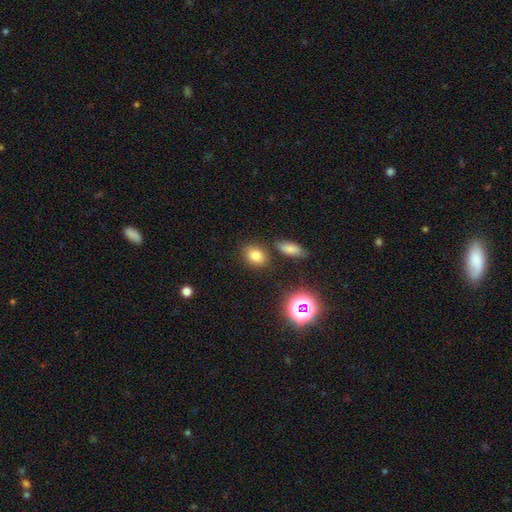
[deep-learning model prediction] smooth 78%, star or artifact 15%, featured or disk 8%. Down the decision tree: how rounded — in between (60%); merging — none (78%).